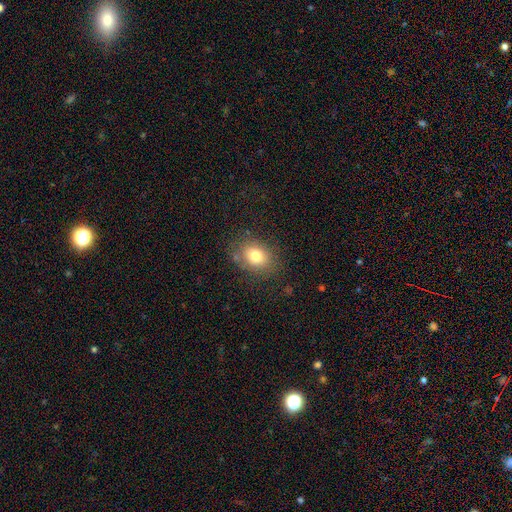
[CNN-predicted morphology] Smooth or featured?
  - smooth: 77% *
  - featured or disk: 12%
  - star or artifact: 11%
How rounded?
  - in between: 59% *
  - round: 40%
  - cigar-shaped: 1%
Merging?
  - none: 79% *
  - minor disturbance: 14%
  - major disturbance: 5%
  - merger: 2%